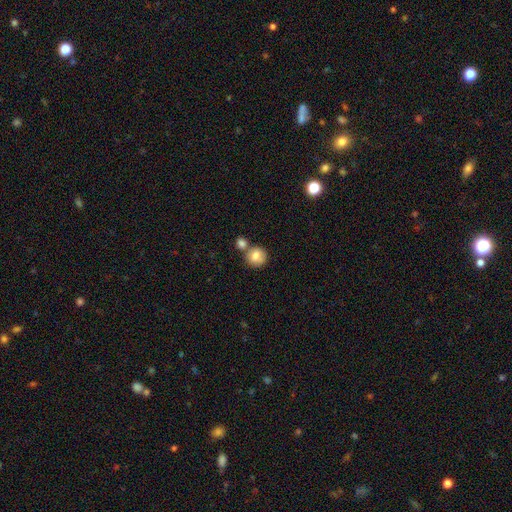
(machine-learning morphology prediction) Smooth or featured? smooth (81%)
How rounded? round (87%)
Merging? none (56%)